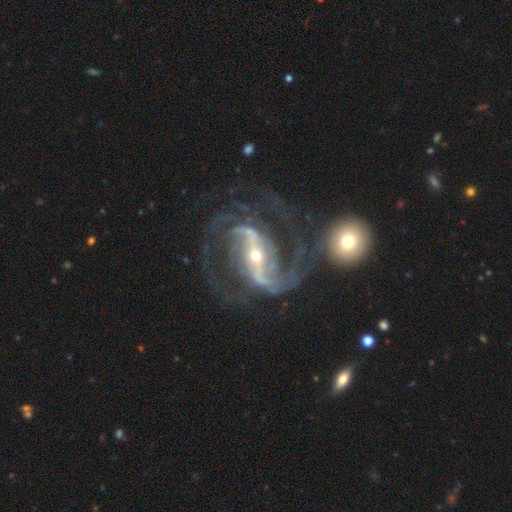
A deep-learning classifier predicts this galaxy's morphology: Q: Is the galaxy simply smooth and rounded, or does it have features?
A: featured or disk — 93%.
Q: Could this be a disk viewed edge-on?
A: no — 97%.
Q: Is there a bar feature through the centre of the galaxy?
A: strong — 70%.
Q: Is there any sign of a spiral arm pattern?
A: yes — 98%.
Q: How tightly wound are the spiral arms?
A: medium — 55%.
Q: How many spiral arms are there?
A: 2 — 82%.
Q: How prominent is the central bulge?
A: small — 60%.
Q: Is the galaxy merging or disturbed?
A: none — 58%.